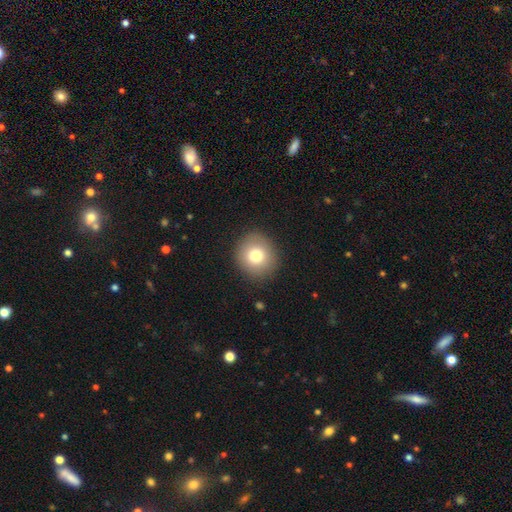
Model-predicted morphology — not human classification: Smooth or featured? smooth (78%)
How rounded? round (89%)
Merging? none (89%)